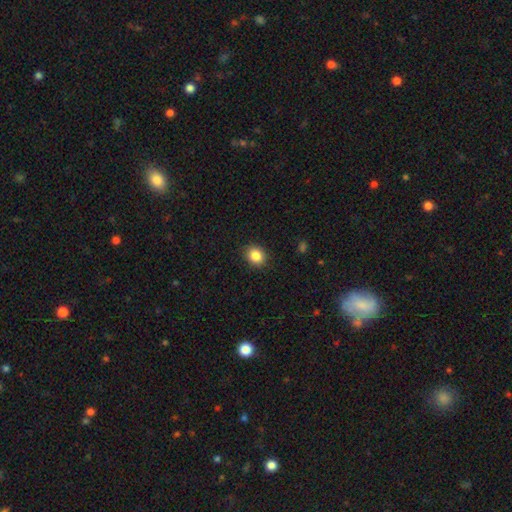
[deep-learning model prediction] Smooth or featured? Predicted: smooth (p=0.86). How rounded? Predicted: round (p=0.61). Merging? Predicted: none (p=0.88).